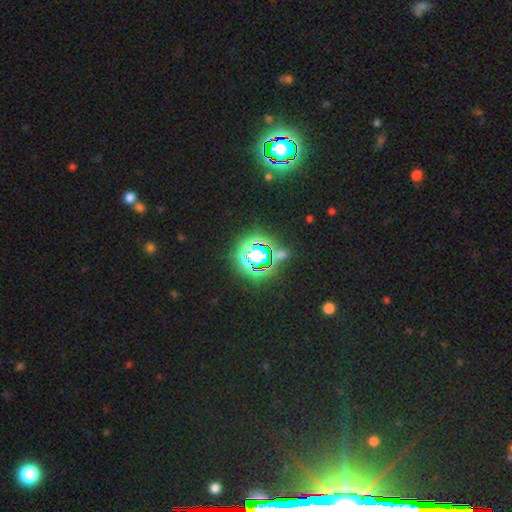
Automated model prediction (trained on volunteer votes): This is likely a star or artifact rather than a galaxy (73%).